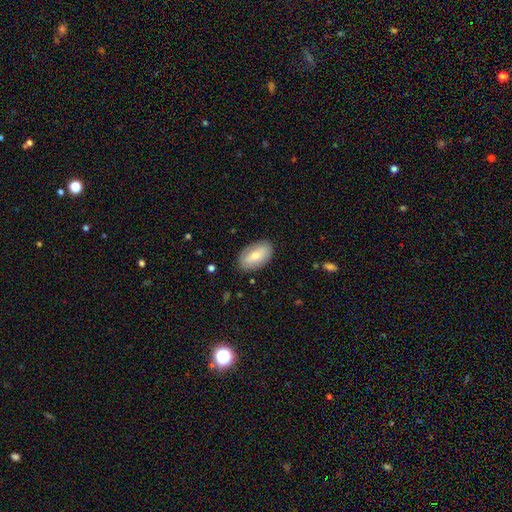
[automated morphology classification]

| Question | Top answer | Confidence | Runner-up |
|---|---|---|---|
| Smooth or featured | smooth | 66% | featured or disk (28%) |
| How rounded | in between | 93% | round (5%) |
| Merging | none | 84% | minor disturbance (12%) |